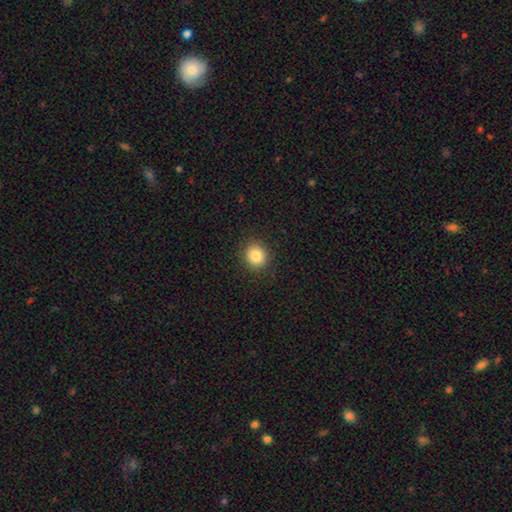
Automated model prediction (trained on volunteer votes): Smooth or featured? smooth (86%)
How rounded? round (81%)
Merging? none (90%)